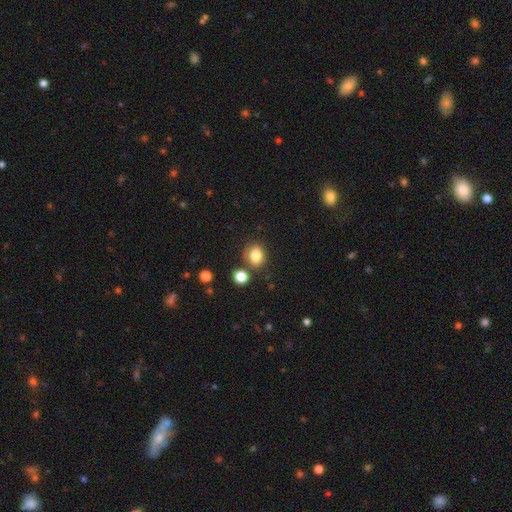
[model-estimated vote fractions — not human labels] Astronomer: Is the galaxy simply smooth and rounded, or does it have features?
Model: smooth — 82%.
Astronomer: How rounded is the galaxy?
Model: round — 54% (runner-up: in between, 45%).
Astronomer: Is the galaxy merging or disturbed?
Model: none — 72%.